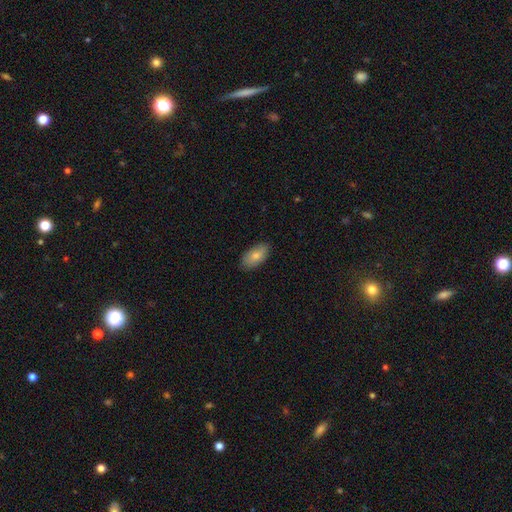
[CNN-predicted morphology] Smooth or featured?
  - smooth: 82% *
  - featured or disk: 12%
  - star or artifact: 6%
How rounded?
  - in between: 93% *
  - cigar-shaped: 4%
  - round: 3%
Merging?
  - none: 86% *
  - minor disturbance: 11%
  - major disturbance: 2%
  - merger: 1%